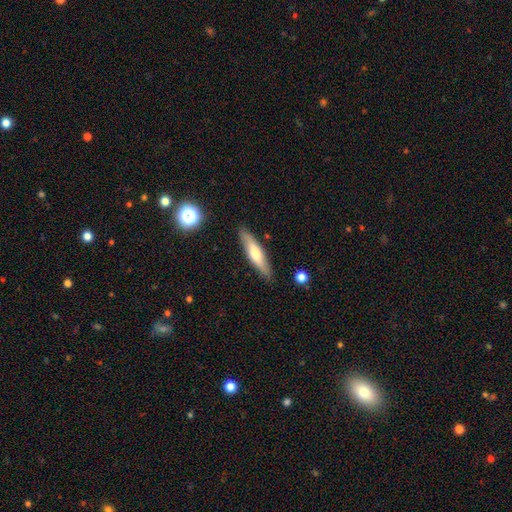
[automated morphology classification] Q: Smooth or featured?
A: smooth (56%); runner-up: featured or disk (38%)
Q: How rounded?
A: cigar-shaped (78%); runner-up: in between (20%)
Q: Merging?
A: none (87%); runner-up: minor disturbance (10%)